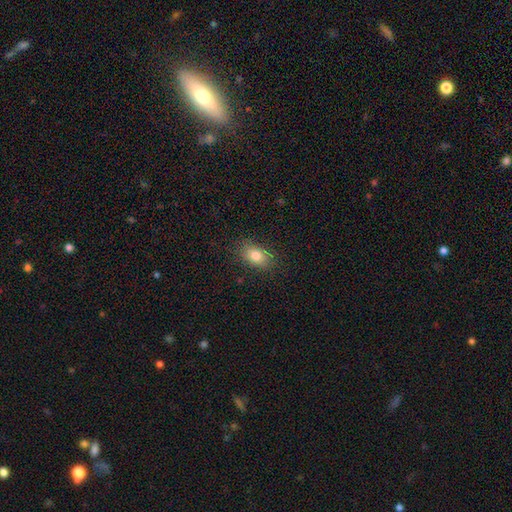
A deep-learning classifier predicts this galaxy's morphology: Overall: smooth (80%). How rounded: in between (81%). Merging: none (82%).